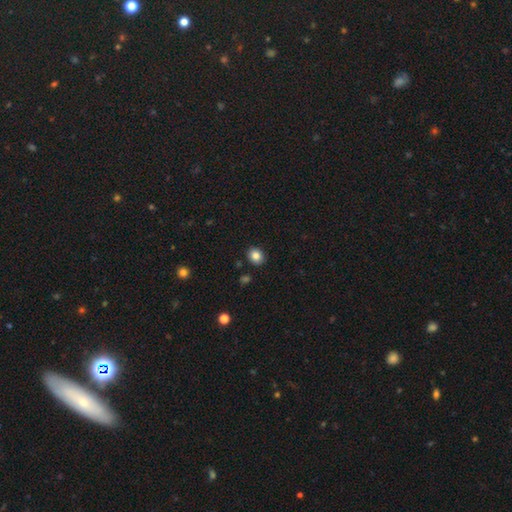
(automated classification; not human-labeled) Smooth or featured? smooth (84%)
How rounded? round (64%)
Merging? none (89%)